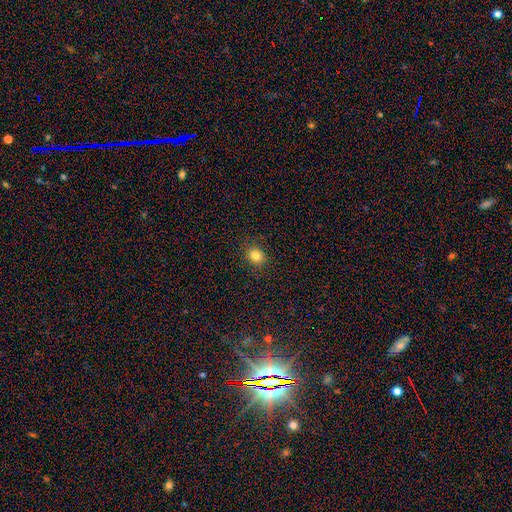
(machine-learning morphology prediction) A smooth galaxy with no disk features (83%) that is round (69%). Merging: none (88%).